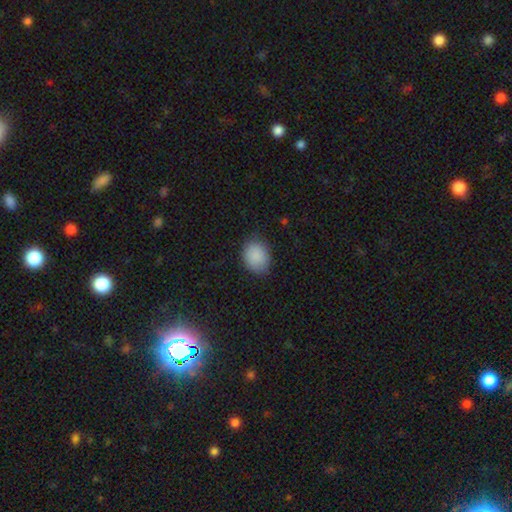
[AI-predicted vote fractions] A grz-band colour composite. It shows a smooth galaxy with no disk features (88%) that is round (55%). Merging: none (80%).